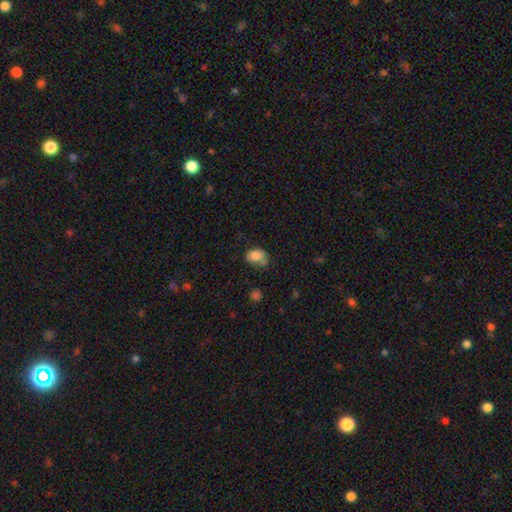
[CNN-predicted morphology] A smooth galaxy with no disk features (80%) that is in between round and cigar-shaped (70%). Merging: none (46%).